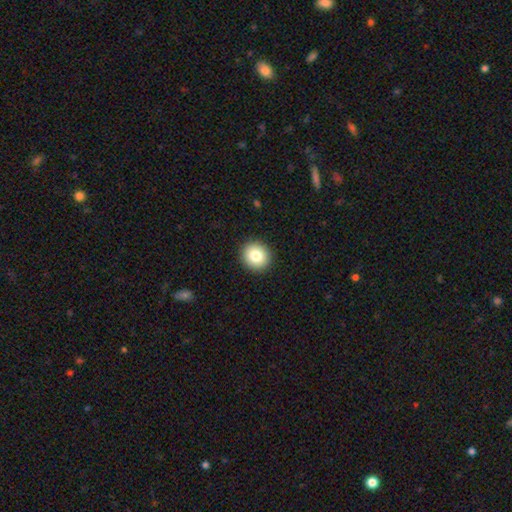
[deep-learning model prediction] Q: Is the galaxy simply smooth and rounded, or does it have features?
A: smooth — 83%.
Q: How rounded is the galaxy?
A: round — 90%.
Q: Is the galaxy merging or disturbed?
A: none — 92%.